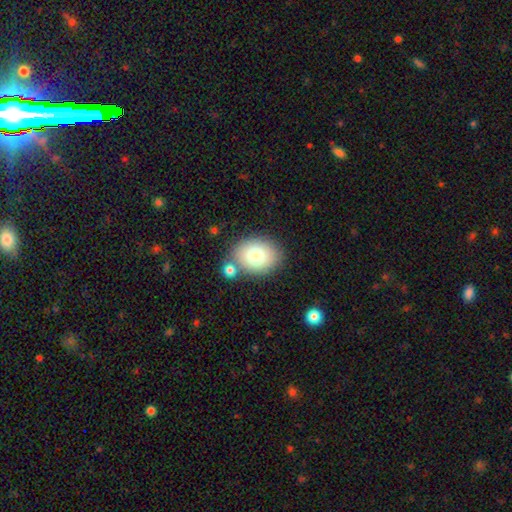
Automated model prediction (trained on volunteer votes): This is likely a smooth galaxy (77%). How rounded: possibly in between (54%). Merging: likely none (68%).